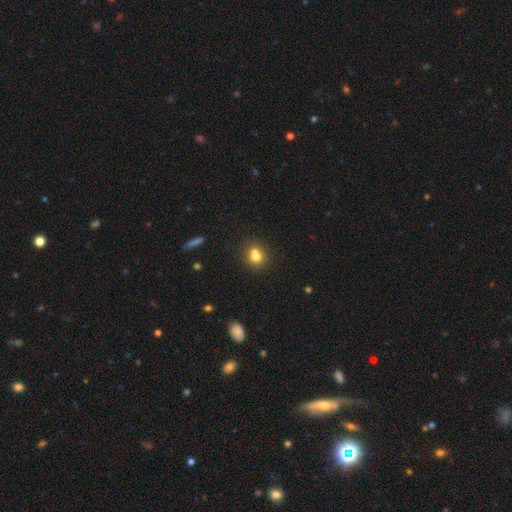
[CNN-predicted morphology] type=smooth (74%); roundness=round (75%); merging=none (46%).